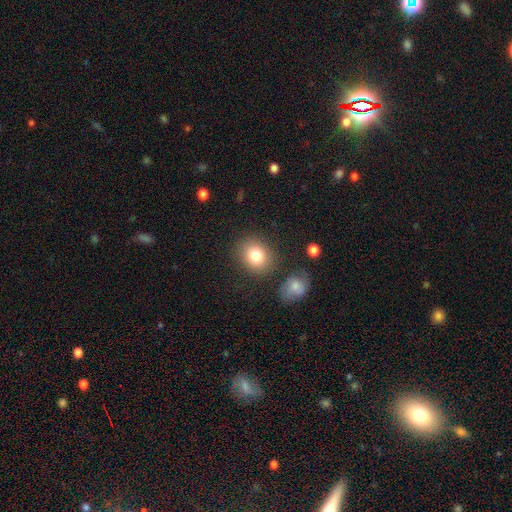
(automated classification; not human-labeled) smooth-or-featured: smooth: 81% | star or artifact: 10% | featured or disk: 9%
  how-rounded: round: 64% | in between: 35% | cigar-shaped: 1%
  merging: none: 81% | minor disturbance: 11% | merger: 5% | major disturbance: 4%